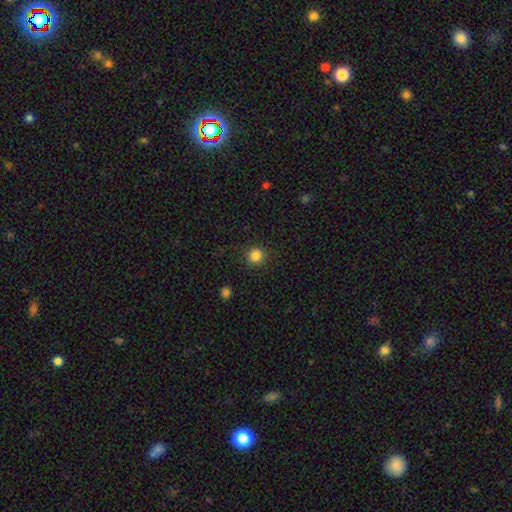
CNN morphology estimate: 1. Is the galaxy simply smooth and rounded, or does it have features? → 84% smooth, 12% star or artifact, 4% featured or disk.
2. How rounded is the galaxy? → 92% round, 7% in between, 1% cigar-shaped.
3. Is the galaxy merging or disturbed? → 91% none, 6% minor disturbance, 2% major disturbance, 1% merger.